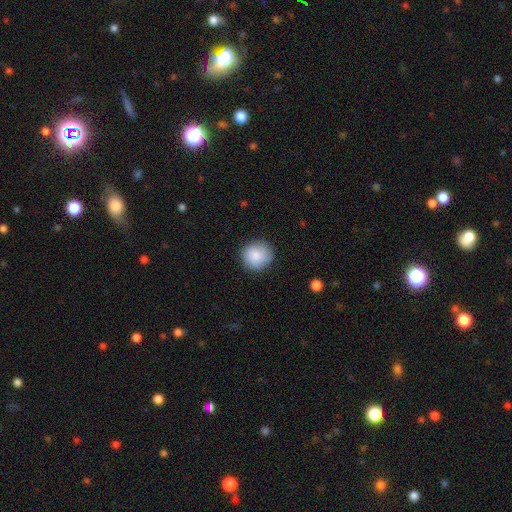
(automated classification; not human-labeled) This appears to be a smooth galaxy with no disk features (87%) that is round (90%). Merging: none (84%).